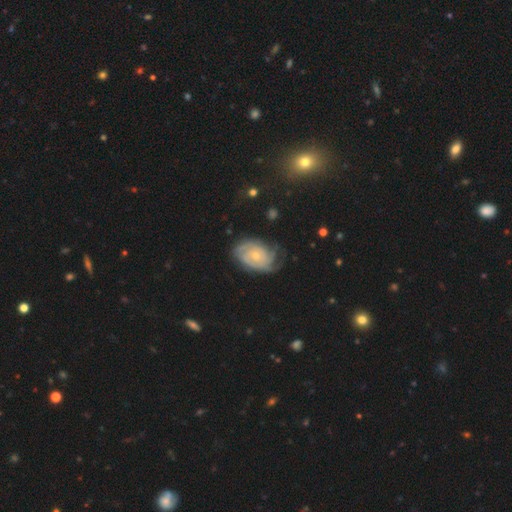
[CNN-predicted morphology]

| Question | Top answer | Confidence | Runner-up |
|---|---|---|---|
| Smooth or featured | featured or disk | 80% | smooth (13%) |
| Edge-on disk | no | 97% | yes (3%) |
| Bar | no | 75% | weak (21%) |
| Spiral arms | yes | 95% | no (5%) |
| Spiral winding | tight | 72% | medium (22%) |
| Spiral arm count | can't tell | 35% | 2 (25%) |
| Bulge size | small | 65% | moderate (30%) |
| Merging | none | 67% | minor disturbance (23%) |